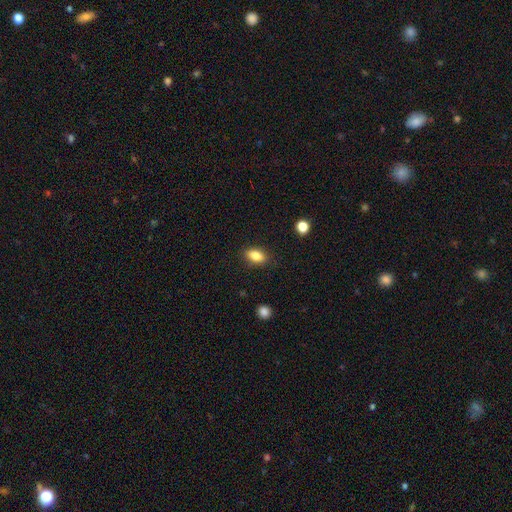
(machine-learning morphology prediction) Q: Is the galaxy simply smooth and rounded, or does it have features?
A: smooth — 84%.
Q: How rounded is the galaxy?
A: in between — 86%.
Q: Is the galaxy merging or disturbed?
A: none — 85%.